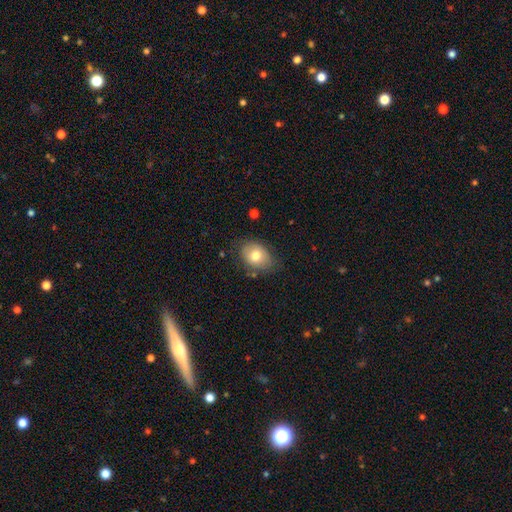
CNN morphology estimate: Smooth or featured? Predicted: smooth (p=0.76). How rounded? Predicted: in between (p=0.69). Merging? Predicted: none (p=0.71).